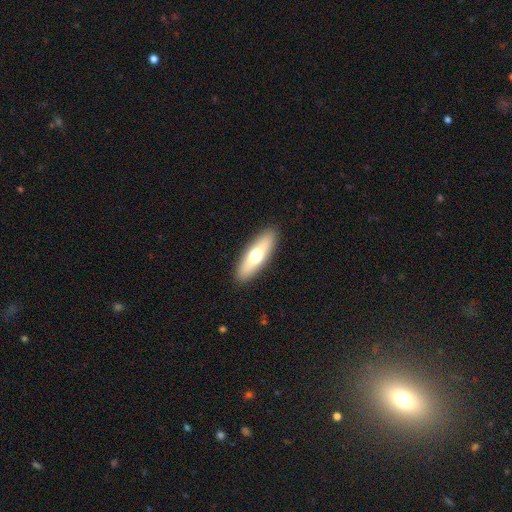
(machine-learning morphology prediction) This appears to be a smooth galaxy with no disk features (60%) that is cigar-shaped (51%). Merging: none (90%).